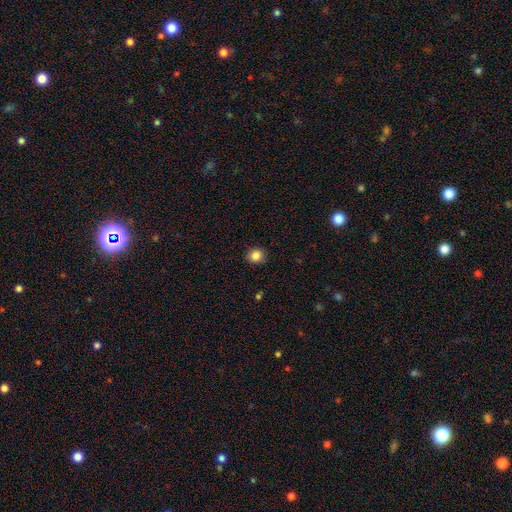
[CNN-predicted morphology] Smooth or featured? smooth (85%)
How rounded? round (85%)
Merging? none (90%)